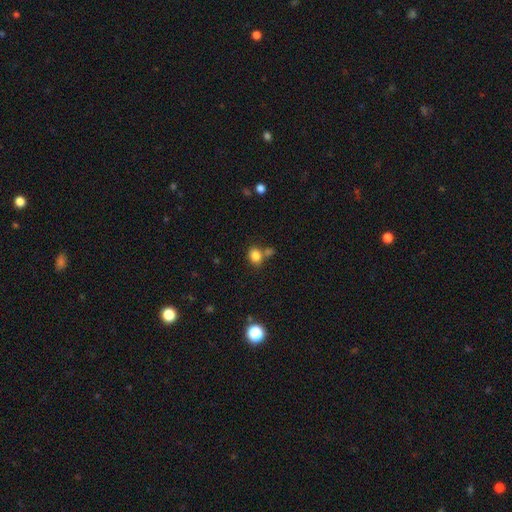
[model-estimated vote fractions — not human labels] Smooth or featured?
  - smooth: 83% *
  - star or artifact: 12%
  - featured or disk: 6%
How rounded?
  - in between: 50% *
  - round: 49%
  - cigar-shaped: 1%
Merging?
  - none: 59% *
  - merger: 24%
  - minor disturbance: 12%
  - major disturbance: 4%